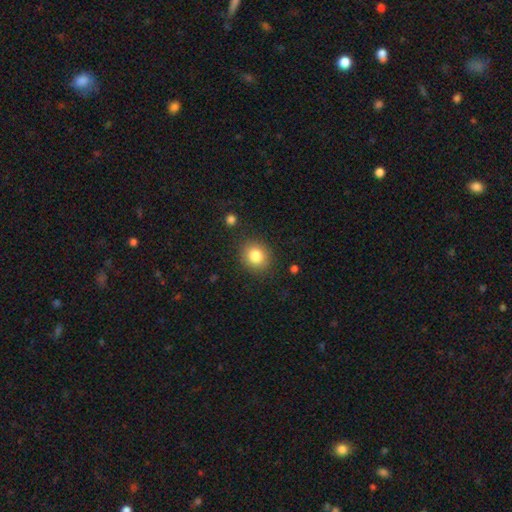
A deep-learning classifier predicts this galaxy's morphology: A smooth galaxy with no disk features (83%) that is round (75%).

Vote fractions:
- Smooth or featured? smooth: 83% / star or artifact: 10% / featured or disk: 7%
- How rounded? round: 75% / in between: 24% / cigar-shaped: 1%
- Merging? none: 86% / minor disturbance: 9% / major disturbance: 3% / merger: 2%